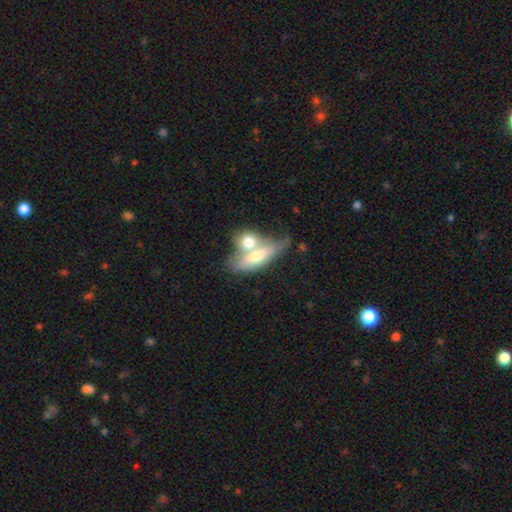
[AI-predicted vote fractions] Morphology: type=smooth (56%); roundness=in between (67%); merging=merger (62%).